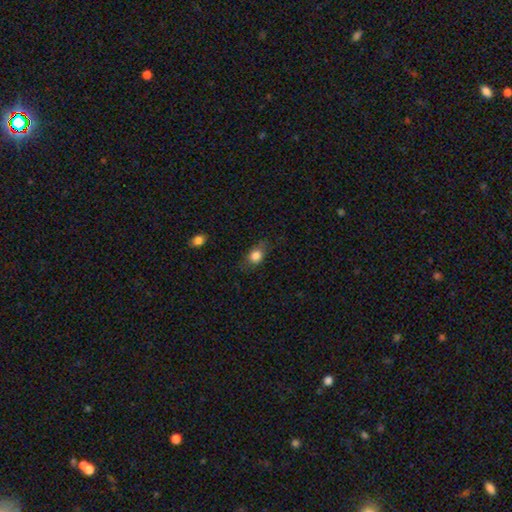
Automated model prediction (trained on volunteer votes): This is clearly a smooth galaxy (80%). How rounded: possibly in between (57%). Merging: likely none (69%).